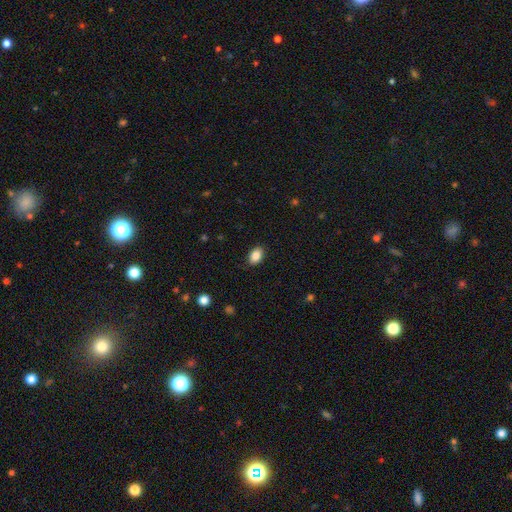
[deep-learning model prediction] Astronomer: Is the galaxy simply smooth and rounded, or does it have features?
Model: smooth — 88%.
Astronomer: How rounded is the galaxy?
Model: in between — 88%.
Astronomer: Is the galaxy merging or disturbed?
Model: none — 88%.